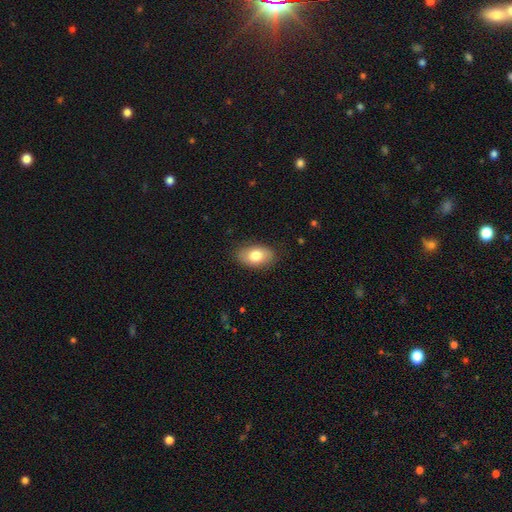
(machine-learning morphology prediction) A smooth galaxy with no disk features (79%) that is in between round and cigar-shaped (91%). Merging: none (84%).